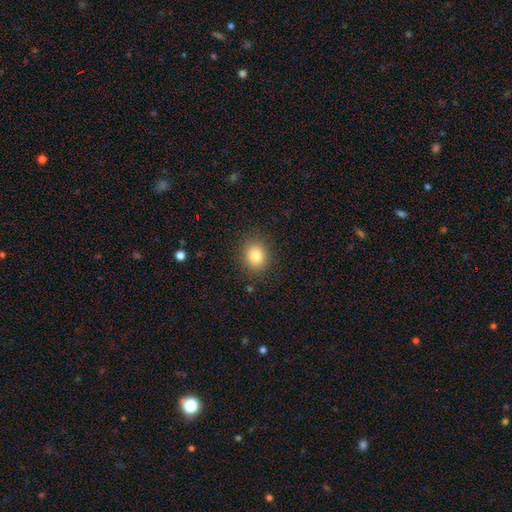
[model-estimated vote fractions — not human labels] Smooth or featured?
  - smooth: 82% *
  - star or artifact: 11%
  - featured or disk: 7%
How rounded?
  - round: 70% *
  - in between: 29%
  - cigar-shaped: 1%
Merging?
  - none: 88% *
  - minor disturbance: 8%
  - major disturbance: 3%
  - merger: 1%